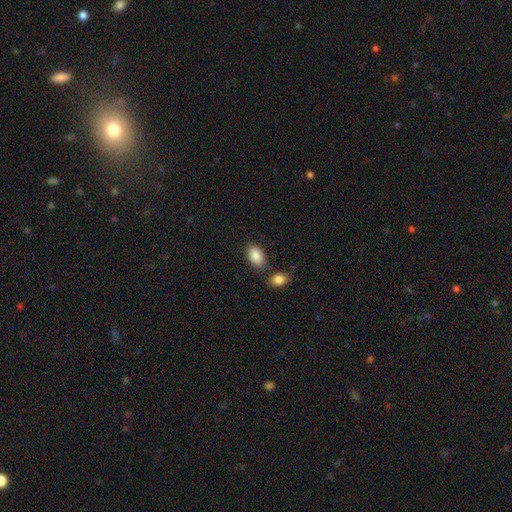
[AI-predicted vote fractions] smooth 87%, star or artifact 7%, featured or disk 6%. Down the decision tree: how rounded — in between (91%); merging — none (73%).